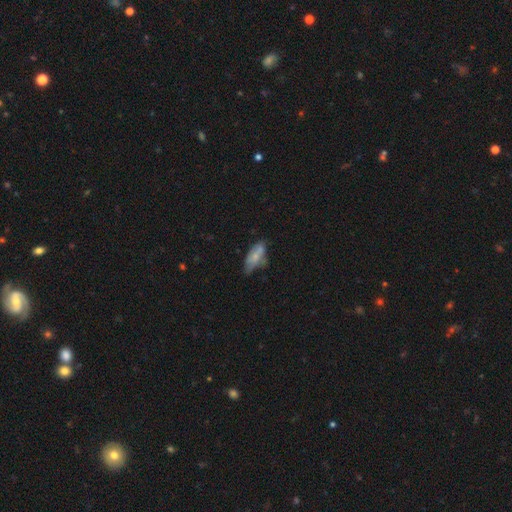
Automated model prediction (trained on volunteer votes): This appears to be a smooth galaxy with no disk features (62%) that is in between round and cigar-shaped (81%). Merging: none (38%).